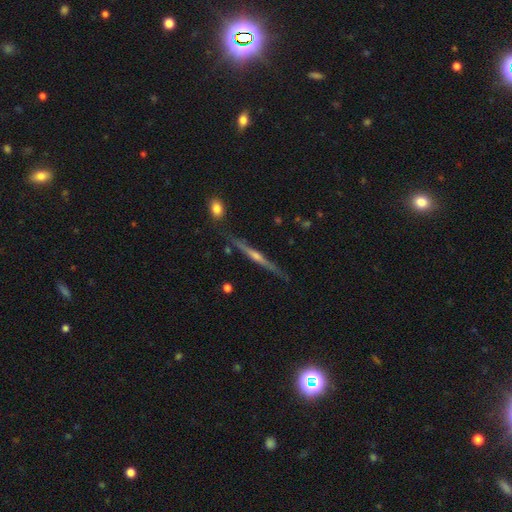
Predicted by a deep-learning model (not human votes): Smooth or featured? Predicted: featured or disk (p=0.78). Edge-on disk? Predicted: yes (p=0.97). Edge-on bulge? Predicted: rounded (p=0.81). Merging? Predicted: none (p=0.85).